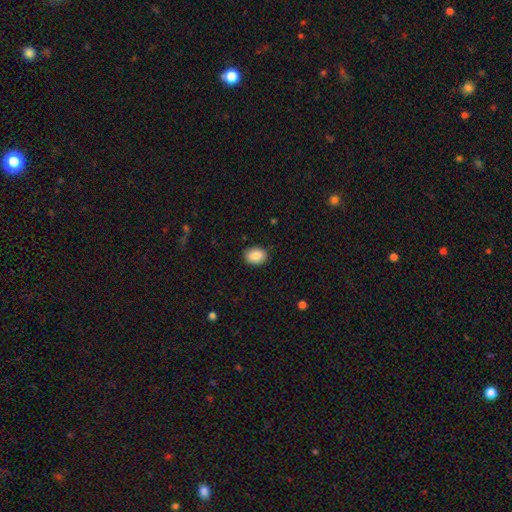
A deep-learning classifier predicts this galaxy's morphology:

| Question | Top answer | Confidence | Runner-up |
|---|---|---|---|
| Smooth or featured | smooth | 88% | star or artifact (7%) |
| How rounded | in between | 74% | round (25%) |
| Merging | none | 86% | minor disturbance (10%) |